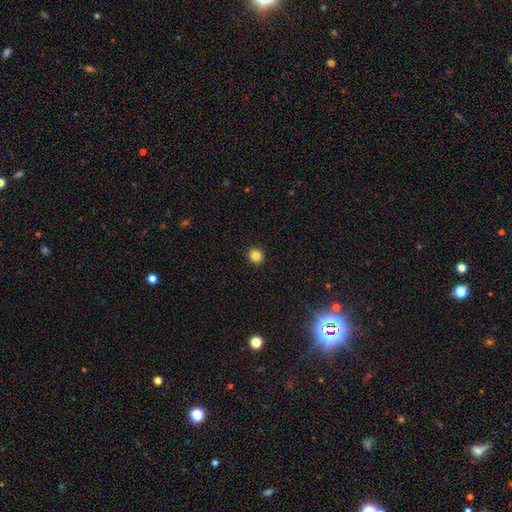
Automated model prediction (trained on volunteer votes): Smooth or featured: smooth — 84% (star or artifact — 12%)
How rounded: round — 88% (in between — 11%)
Merging: none — 93% (minor disturbance — 5%)